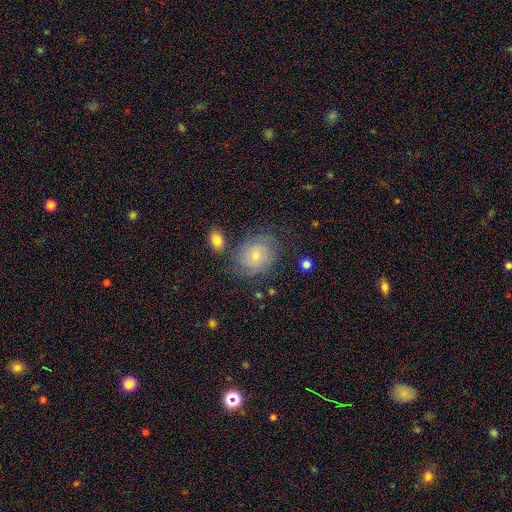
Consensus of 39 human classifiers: Morphology: type=featured or disk (54%); edge-on=no (100%); bar=no (86%); spiral arms=yes (67%); winding=medium (43%); arm count=can't tell (64%); bulge=small (57%); merging=none (64%).